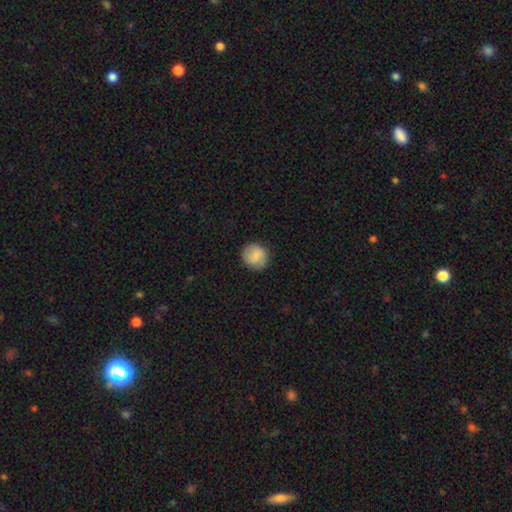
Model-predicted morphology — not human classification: Overall: smooth (81%). How rounded: round (88%). Merging: none (86%).